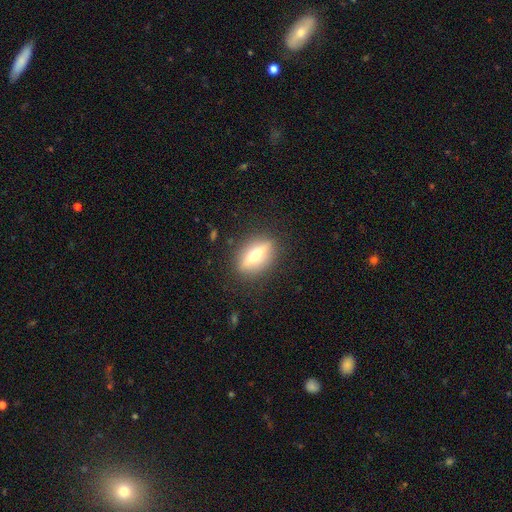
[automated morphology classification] Smooth or featured? featured or disk (59%)
Edge-on disk? yes (80%)
Merging? none (86%)